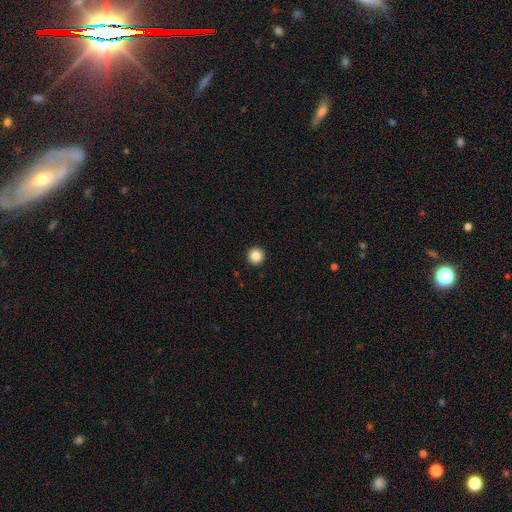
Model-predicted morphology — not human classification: The model was most divided on "smooth or featured": smooth: 87%, star or artifact: 10%, featured or disk: 3%. More confident: how rounded — round (96%); merging — none (94%).